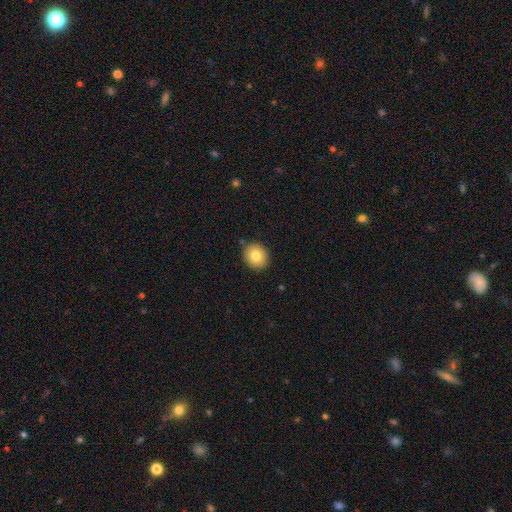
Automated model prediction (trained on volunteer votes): smooth-or-featured: smooth: 79% | featured or disk: 11% | star or artifact: 10%
  how-rounded: round: 83% | in between: 16% | cigar-shaped: 1%
  merging: none: 88% | minor disturbance: 8% | major disturbance: 2% | merger: 2%